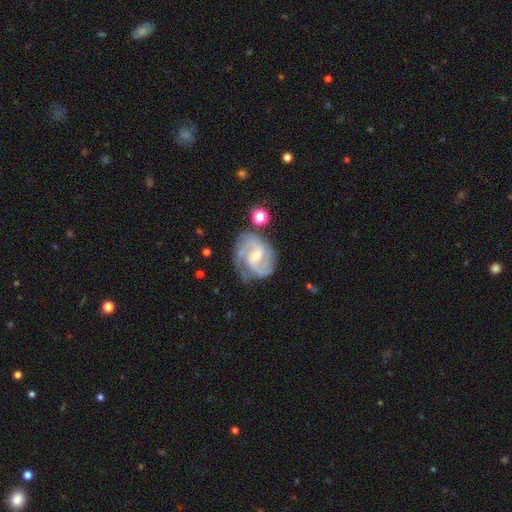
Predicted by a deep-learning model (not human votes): The model was most divided on "spiral winding": medium: 49%, tight: 40%, loose: 11%. Remaining: edge-on disk — no (98%); spiral arms — yes (98%); smooth or featured — featured or disk (89%); merging — none (68%); bulge size — small (57%); bar — weak (54%); spiral arm count — 2 (49%).